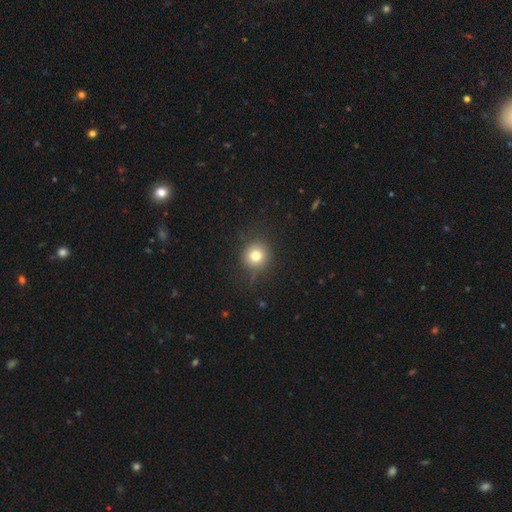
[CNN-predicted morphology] smooth_or_featured: smooth (p=0.78) [alt: star or artifact p=0.13]
how_rounded: round (p=0.91) [alt: in between p=0.08]
merging: none (p=0.84) [alt: minor disturbance p=0.11]